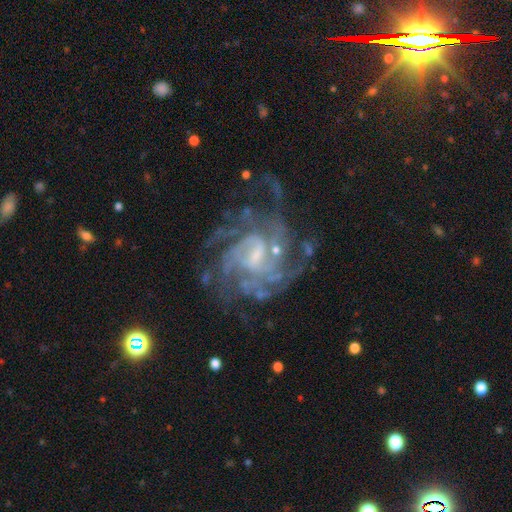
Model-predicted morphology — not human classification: Smooth or featured? Predicted: featured or disk (p=0.88). Edge-on disk? Predicted: no (p=0.98). Bar? Predicted: weak (p=0.54). Spiral arms? Predicted: yes (p=0.95). Spiral winding? Predicted: tight (p=0.48). Spiral arm count? Predicted: can't tell (p=0.29). Bulge size? Predicted: small (p=0.56). Merging? Predicted: none (p=0.58).